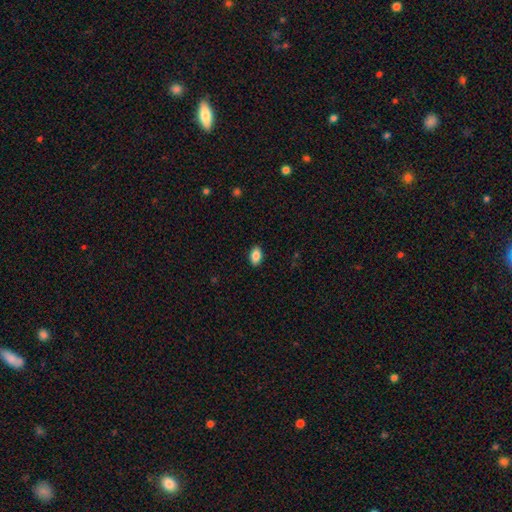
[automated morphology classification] The model was most divided on "smooth or featured": smooth: 87%, star or artifact: 8%, featured or disk: 5%. More confident: how rounded — in between (91%); merging — none (89%).